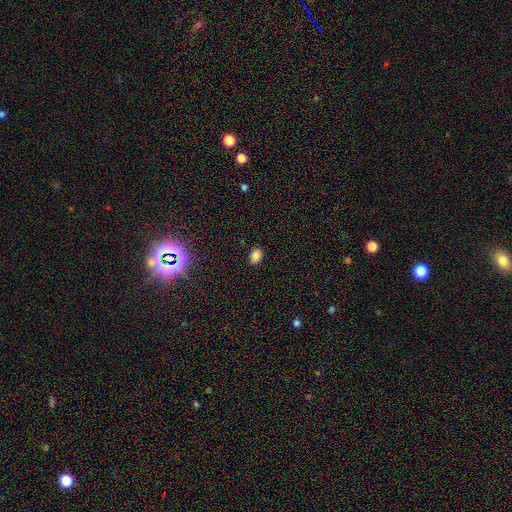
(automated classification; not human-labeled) Morphology: type=smooth (83%); roundness=in between (76%); merging=none (86%).